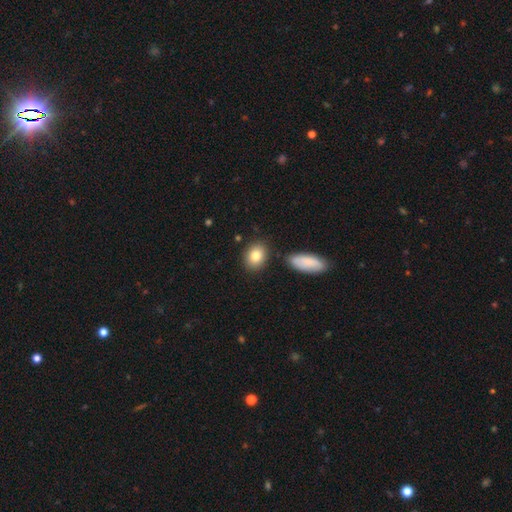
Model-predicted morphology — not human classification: The model was most divided on "how rounded": in between: 57%, round: 41%, cigar-shaped: 2%. More confident: smooth or featured — smooth (82%); merging — none (82%).